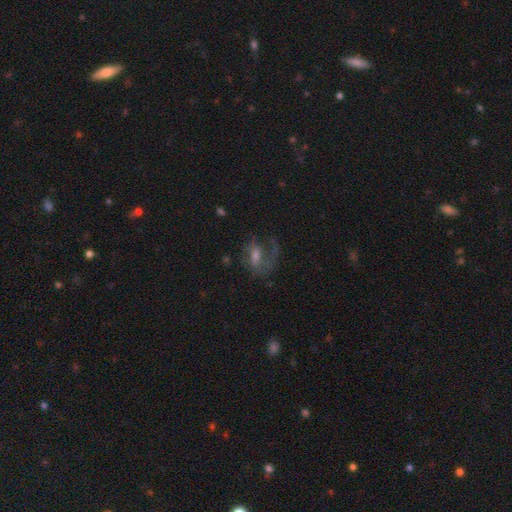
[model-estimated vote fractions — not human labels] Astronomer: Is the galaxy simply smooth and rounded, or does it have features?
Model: featured or disk — 70%.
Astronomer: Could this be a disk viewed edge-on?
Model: no — 96%.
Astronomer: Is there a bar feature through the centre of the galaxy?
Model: weak — 47% (runner-up: no, 37%).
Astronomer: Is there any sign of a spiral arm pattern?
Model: yes — 87%.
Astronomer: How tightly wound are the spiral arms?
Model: medium — 46% (runner-up: loose, 35%).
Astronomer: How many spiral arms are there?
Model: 1 — 45% (runner-up: 2, 36%).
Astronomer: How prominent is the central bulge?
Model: moderate — 47% (runner-up: small, 31%).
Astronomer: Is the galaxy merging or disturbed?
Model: none — 50% (runner-up: major disturbance, 31%).